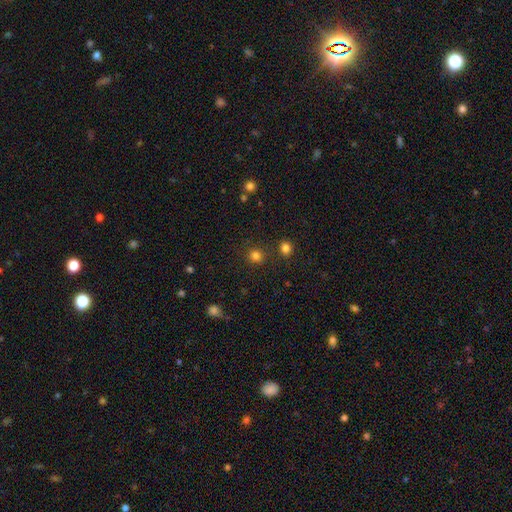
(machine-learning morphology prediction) This is clearly a smooth galaxy (81%). How rounded: clearly round (87%). Merging: clearly none (85%).